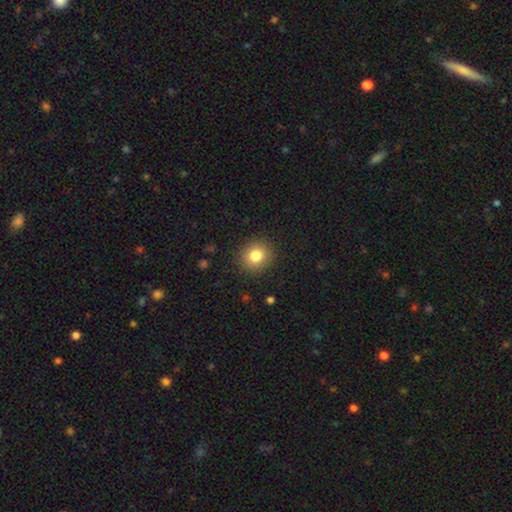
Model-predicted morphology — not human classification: A smooth galaxy with no disk features (82%) that is round (85%). Merging: none (90%).